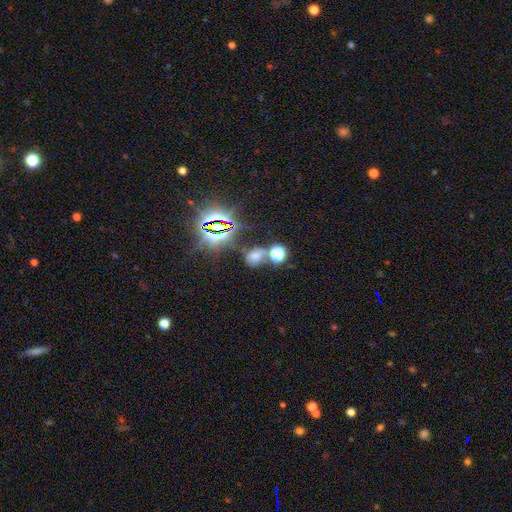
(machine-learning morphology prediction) Overall: smooth (48%; star or artifact 40%). Merging: none (45%; merger 32%).